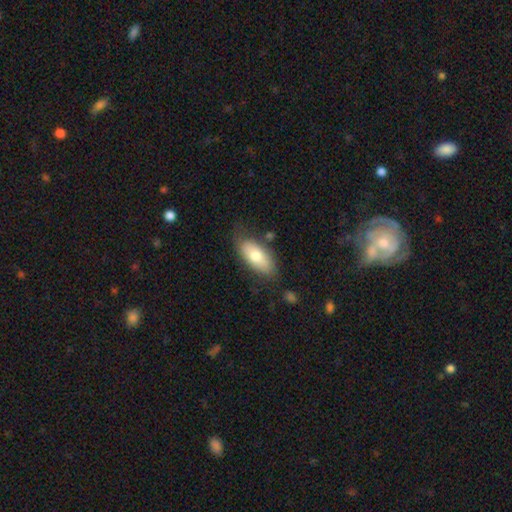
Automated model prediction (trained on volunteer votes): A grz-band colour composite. It shows a smooth galaxy with no disk features (71%) that is in between round and cigar-shaped (88%). Merging: none (72%).